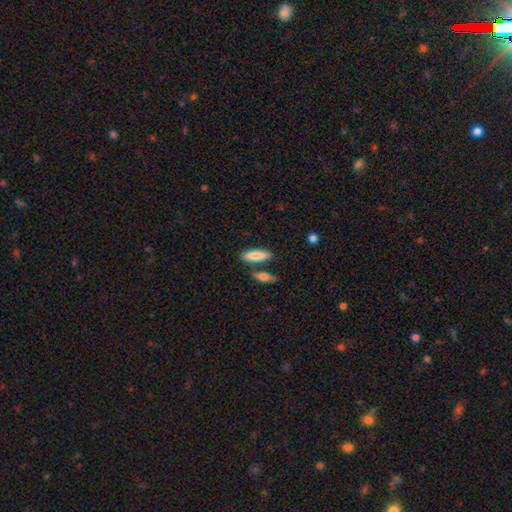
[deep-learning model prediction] This appears to be a smooth galaxy with no disk features (84%) that is cigar-shaped (55%). Merging: none (71%).